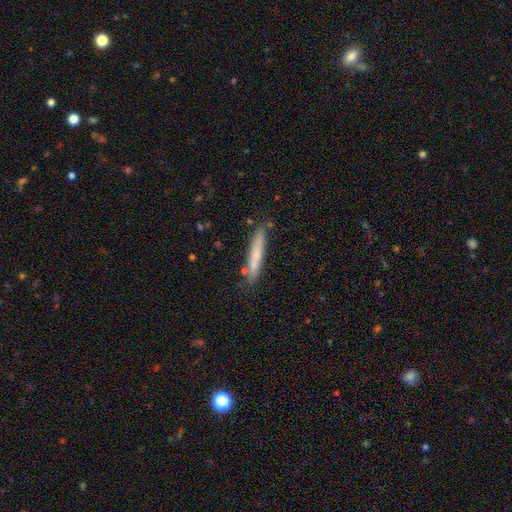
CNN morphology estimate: Q: Smooth or featured?
A: smooth (69%); runner-up: featured or disk (24%)
Q: How rounded?
A: cigar-shaped (95%); runner-up: in between (4%)
Q: Merging?
A: none (82%); runner-up: minor disturbance (12%)